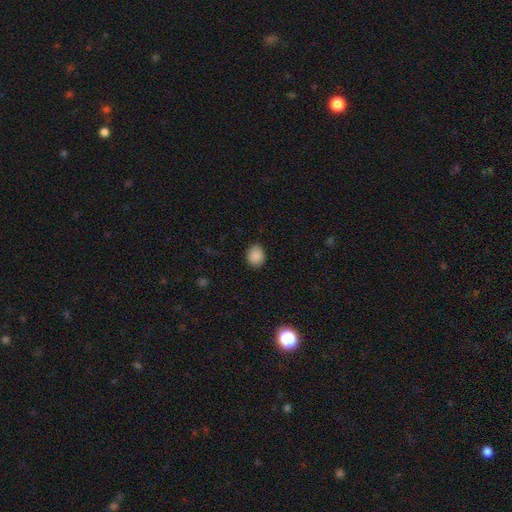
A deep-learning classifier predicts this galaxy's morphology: This appears to be a smooth galaxy with no disk features (88%) that is round (61%). Merging: none (86%).